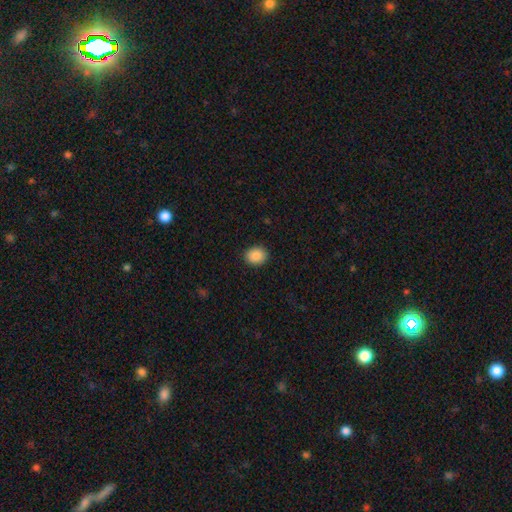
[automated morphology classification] This is clearly a smooth galaxy (89%). How rounded: likely round (60%). Merging: clearly none (90%).